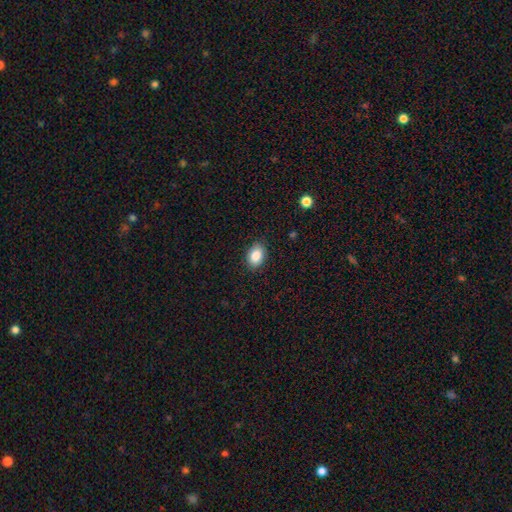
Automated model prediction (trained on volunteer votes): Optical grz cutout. It shows a smooth galaxy with no disk features (86%) that is in between round and cigar-shaped (79%). Merging: none (87%).